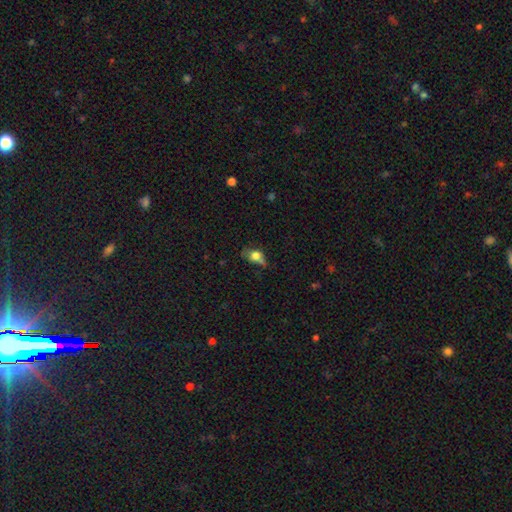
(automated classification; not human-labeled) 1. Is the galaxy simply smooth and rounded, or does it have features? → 71% smooth, 17% featured or disk, 12% star or artifact.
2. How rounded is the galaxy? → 56% in between, 41% round, 3% cigar-shaped.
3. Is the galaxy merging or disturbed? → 36% none, 29% minor disturbance, 19% major disturbance, 17% merger.